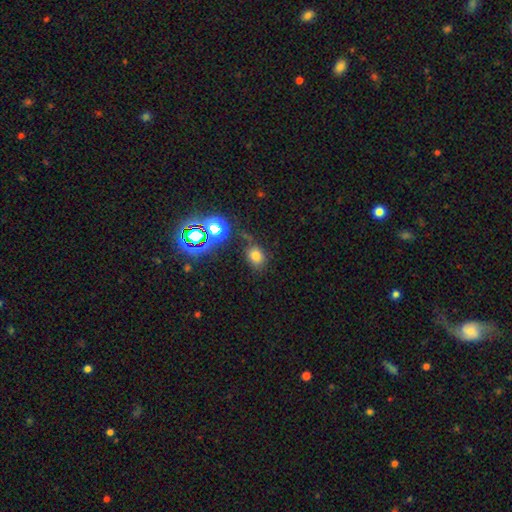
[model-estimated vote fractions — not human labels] A smooth galaxy with no disk features (70%) that is in between round and cigar-shaped (51%). Merging: none (68%).